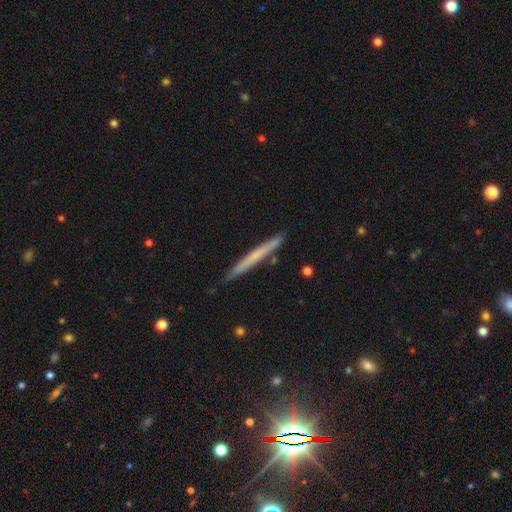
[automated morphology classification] smooth 51%, featured or disk 43%, star or artifact 6%. Down the decision tree: how rounded — cigar-shaped (97%); merging — none (85%).